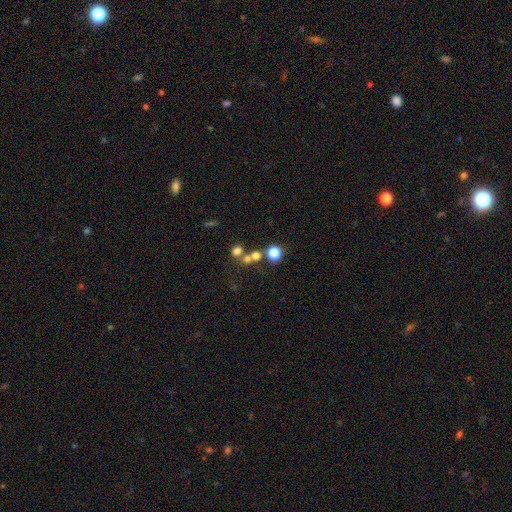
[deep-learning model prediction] The model was most divided on "merging": none: 49%, merger: 40%, minor disturbance: 7%, major disturbance: 5%. More confident: how rounded — round (84%); smooth or featured — smooth (63%).